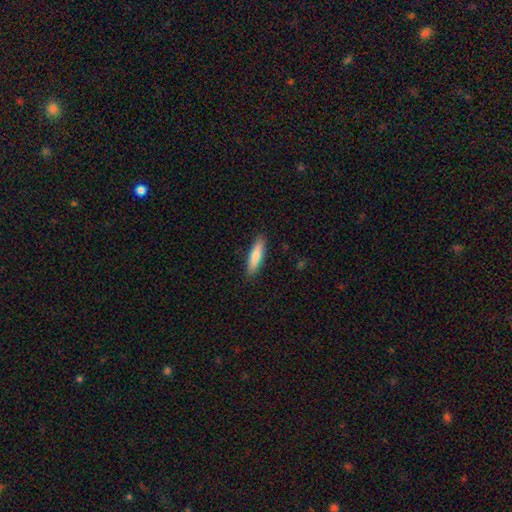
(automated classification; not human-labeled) Smooth or featured? smooth (79%)
How rounded? cigar-shaped (76%)
Merging? none (89%)